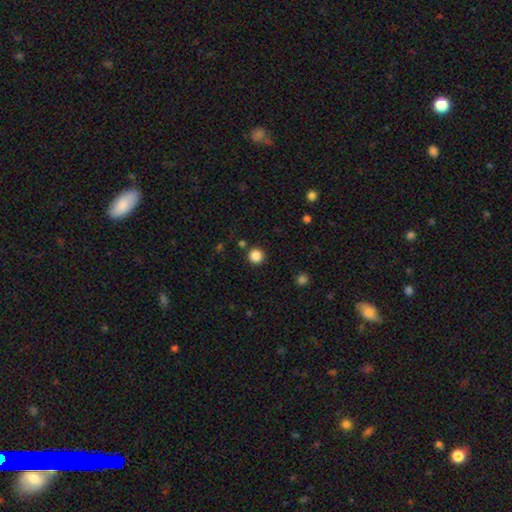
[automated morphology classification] smooth 86%, star or artifact 11%, featured or disk 3%. Down the decision tree: how rounded — round (95%); merging — none (89%).